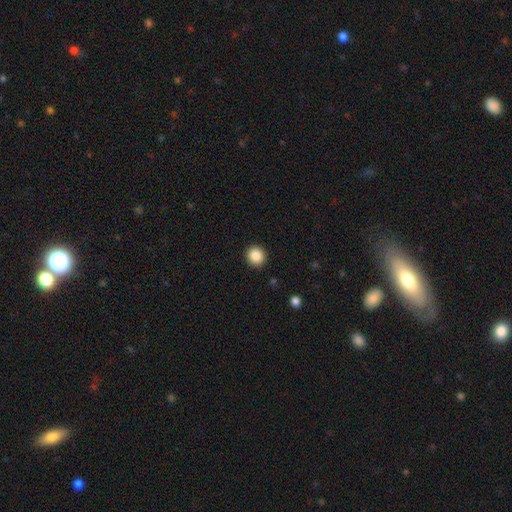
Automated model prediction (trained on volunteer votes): smooth-or-featured: smooth: 86% | star or artifact: 9% | featured or disk: 4%
  how-rounded: round: 89% | in between: 10% | cigar-shaped: 1%
  merging: none: 92% | minor disturbance: 5% | major disturbance: 2% | merger: 1%